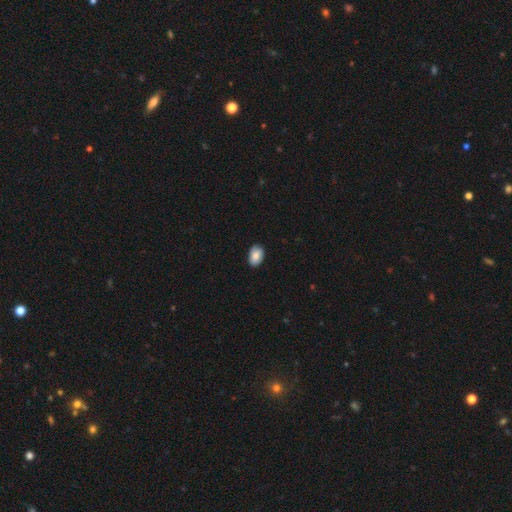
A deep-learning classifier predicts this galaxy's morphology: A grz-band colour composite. It shows a smooth galaxy with no disk features (84%) that is in between round and cigar-shaped (90%). Merging: none (86%).